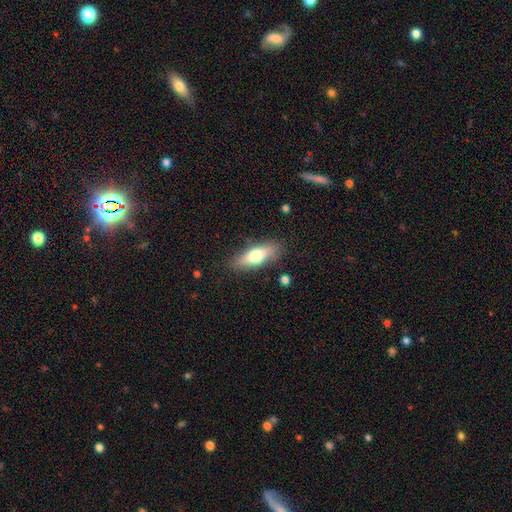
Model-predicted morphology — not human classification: smooth_or_featured: smooth (p=0.66) [alt: featured or disk p=0.27]
how_rounded: in between (p=0.56) [alt: cigar-shaped p=0.41]
merging: none (p=0.83) [alt: minor disturbance p=0.12]